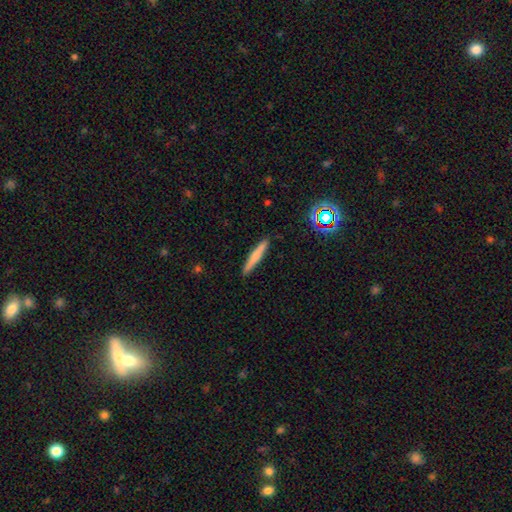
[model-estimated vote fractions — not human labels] Smooth or featured? smooth (64%)
How rounded? cigar-shaped (94%)
Merging? none (91%)